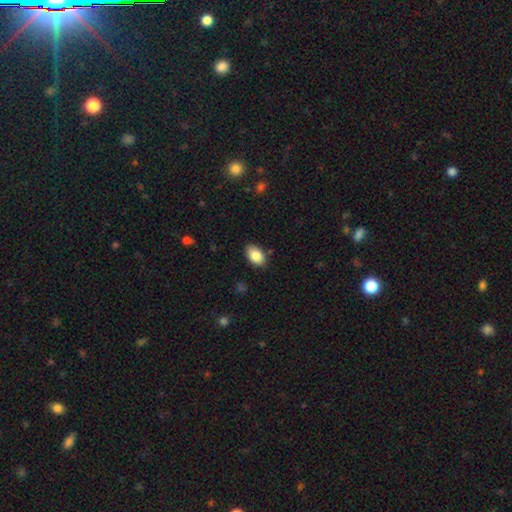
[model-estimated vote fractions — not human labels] This appears to be a smooth galaxy with no disk features (86%) that is in between round and cigar-shaped (91%). Merging: none (86%).